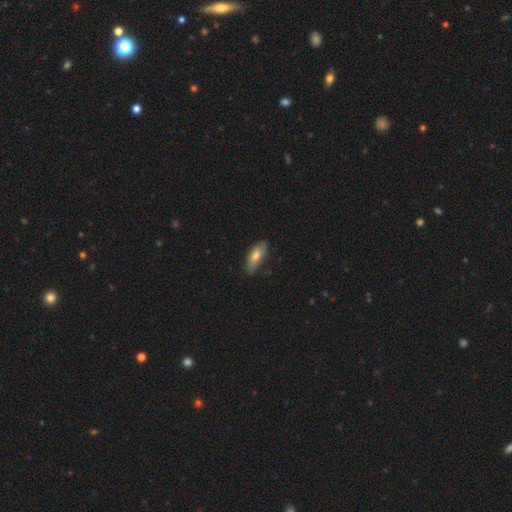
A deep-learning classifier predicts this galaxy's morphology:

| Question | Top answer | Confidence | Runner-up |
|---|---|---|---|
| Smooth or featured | smooth | 66% | featured or disk (28%) |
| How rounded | in between | 73% | cigar-shaped (25%) |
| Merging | none | 74% | minor disturbance (22%) |